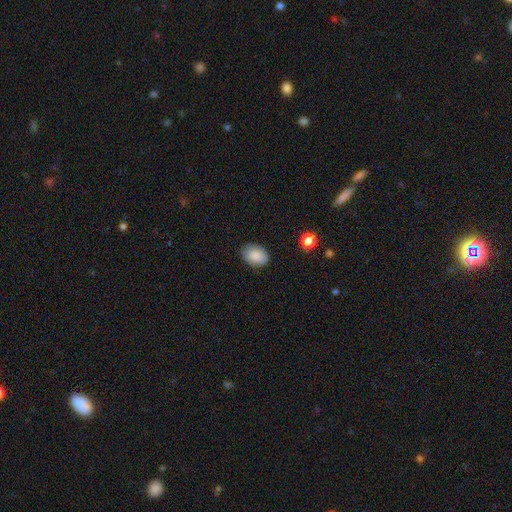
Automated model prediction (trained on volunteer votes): smooth 86%, star or artifact 8%, featured or disk 6%. Down the decision tree: how rounded — in between (78%); merging — none (81%).